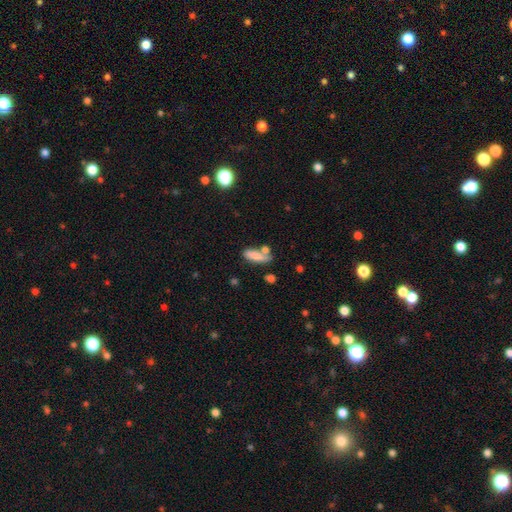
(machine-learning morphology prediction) The model was most divided on "how rounded": in between: 60%, cigar-shaped: 37%, round: 3%. More confident: smooth or featured — smooth (81%); merging — none (54%).